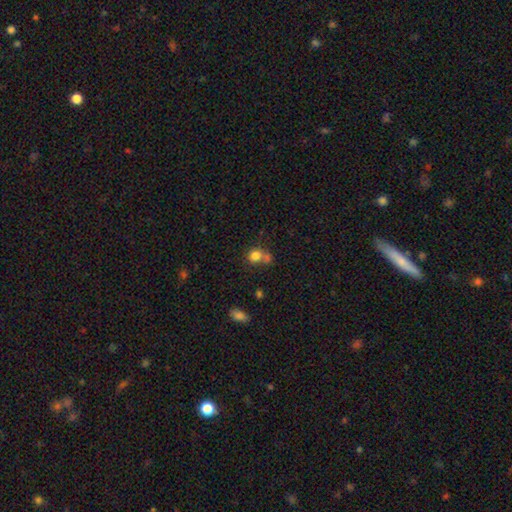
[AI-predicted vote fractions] Q: Smooth or featured?
A: smooth (80%); runner-up: star or artifact (11%)
Q: How rounded?
A: round (78%); runner-up: in between (21%)
Q: Merging?
A: none (47%); runner-up: merger (36%)